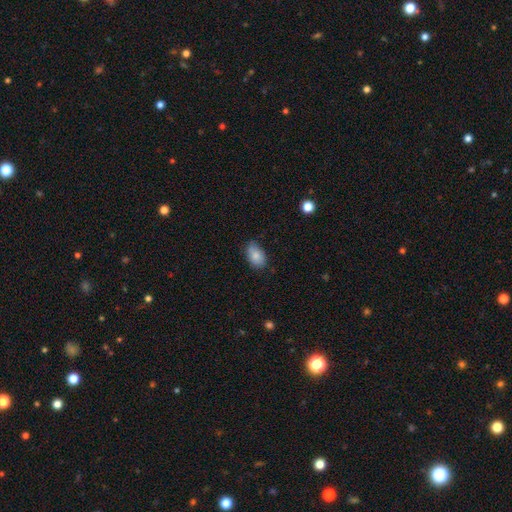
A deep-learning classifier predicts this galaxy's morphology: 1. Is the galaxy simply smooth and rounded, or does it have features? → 84% smooth, 9% featured or disk, 8% star or artifact.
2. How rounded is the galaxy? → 90% in between, 9% round, 1% cigar-shaped.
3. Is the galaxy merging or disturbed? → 73% none, 22% minor disturbance, 3% major disturbance, 2% merger.